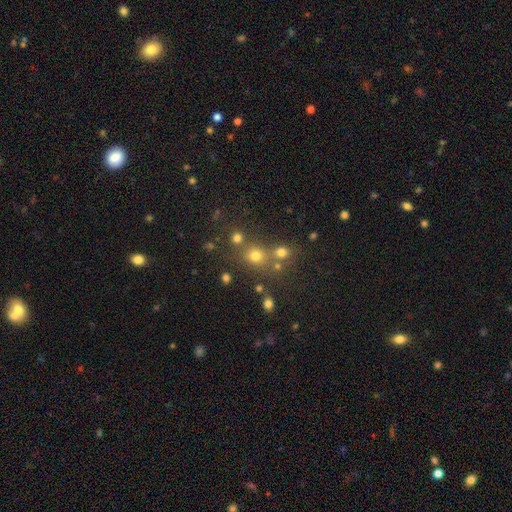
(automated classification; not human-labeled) smooth-or-featured: smooth: 66% | star or artifact: 24% | featured or disk: 10%
  how-rounded: round: 84% | in between: 15% | cigar-shaped: 1%
  merging: none: 61% | merger: 27% | minor disturbance: 8% | major disturbance: 4%